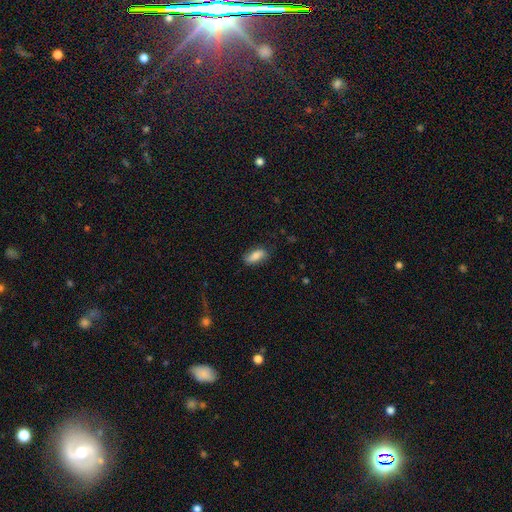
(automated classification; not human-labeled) Smooth or featured?
  - smooth: 79% *
  - featured or disk: 14%
  - star or artifact: 7%
How rounded?
  - in between: 85% *
  - cigar-shaped: 12%
  - round: 3%
Merging?
  - none: 77% *
  - minor disturbance: 18%
  - major disturbance: 4%
  - merger: 1%